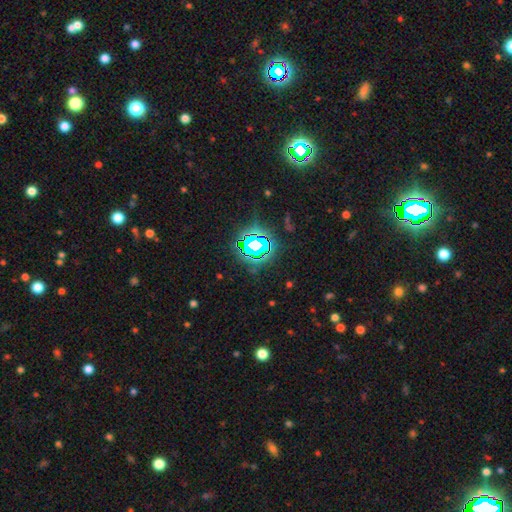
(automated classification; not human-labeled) A star or artifact, not a galaxy (81%).

Vote fractions:
- Smooth or featured? star or artifact: 81% / smooth: 11% / featured or disk: 8%